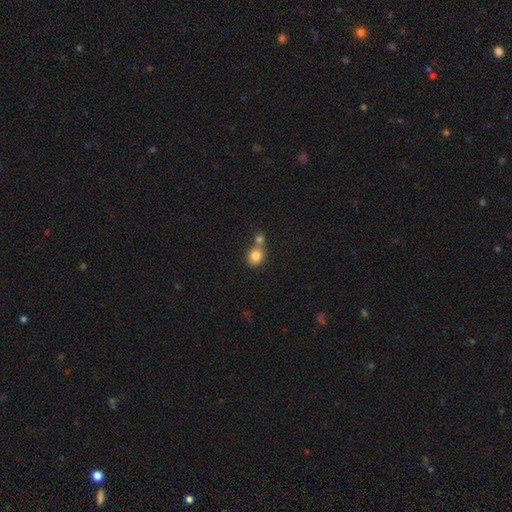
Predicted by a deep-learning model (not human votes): Morphology: type=smooth (82%); roundness=round (69%); merging=none (45%).